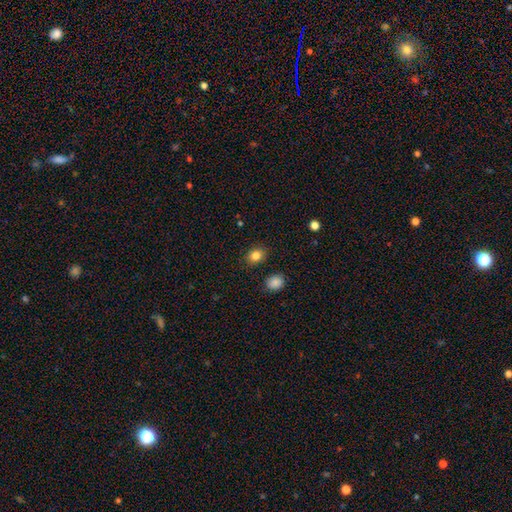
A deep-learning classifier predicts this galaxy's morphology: Overall: smooth (84%). How rounded: round (53%; in between 47%). Merging: none (86%).